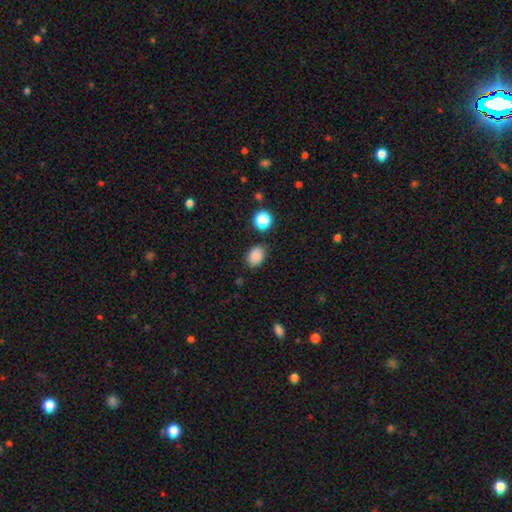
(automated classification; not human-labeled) Smooth or featured: smooth — 84% (star or artifact — 11%)
How rounded: in between — 72% (round — 27%)
Merging: none — 78% (minor disturbance — 15%)